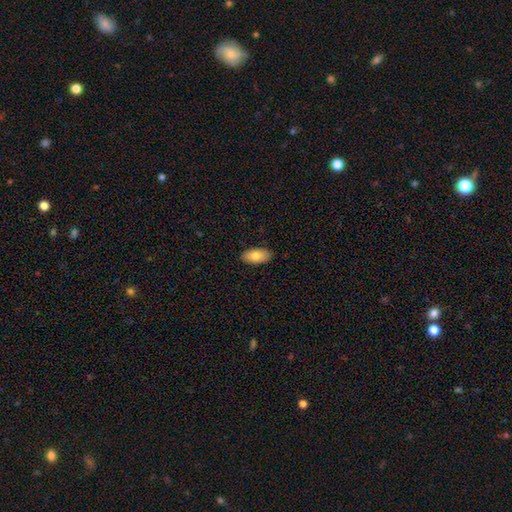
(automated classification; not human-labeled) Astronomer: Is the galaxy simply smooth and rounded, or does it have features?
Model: smooth — 80%.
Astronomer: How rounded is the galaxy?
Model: in between — 92%.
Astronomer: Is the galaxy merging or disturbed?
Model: none — 88%.